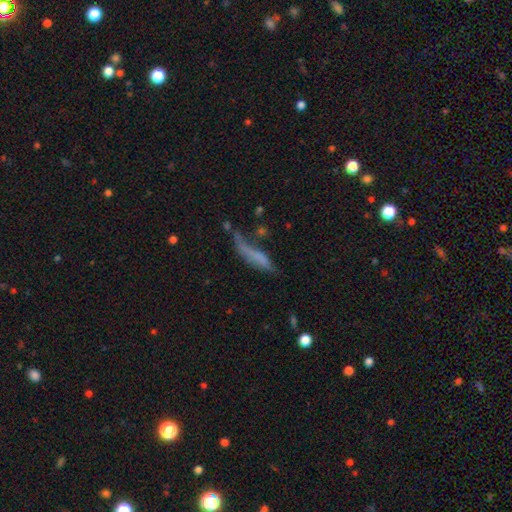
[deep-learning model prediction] A smooth galaxy with no disk features (55%) that is cigar-shaped (75%).

Vote fractions:
- Smooth or featured? smooth: 55% / featured or disk: 32% / star or artifact: 13%
- How rounded? cigar-shaped: 75% / in between: 22% / round: 3%
- Merging? none: 33% / major disturbance: 29% / minor disturbance: 24% / merger: 14%